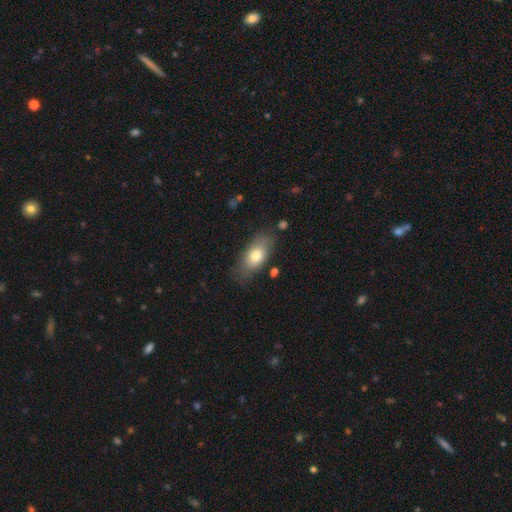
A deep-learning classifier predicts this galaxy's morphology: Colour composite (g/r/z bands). It shows a smooth galaxy with no disk features (73%) that is in between round and cigar-shaped (87%). Merging: none (74%).